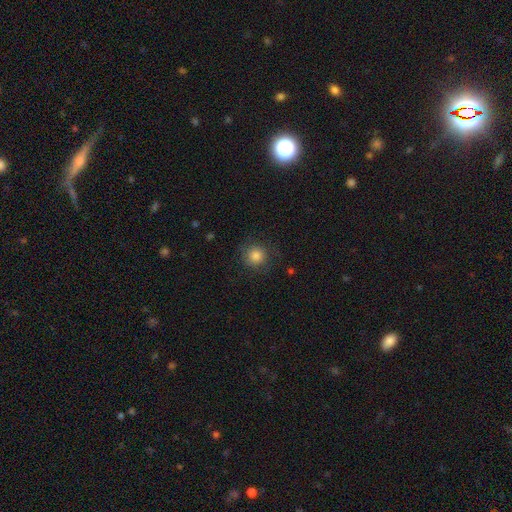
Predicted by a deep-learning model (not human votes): Overall: smooth (83%). How rounded: round (93%). Merging: none (82%).